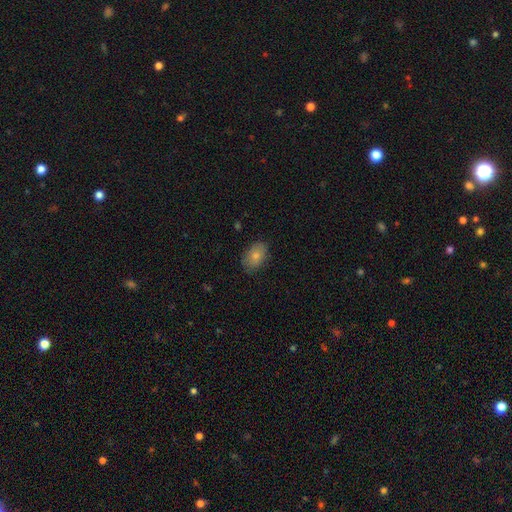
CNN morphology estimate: smooth_or_featured: smooth (p=0.82) [alt: featured or disk p=0.10]
how_rounded: in between (p=0.85) [alt: round p=0.14]
merging: none (p=0.83) [alt: minor disturbance p=0.13]